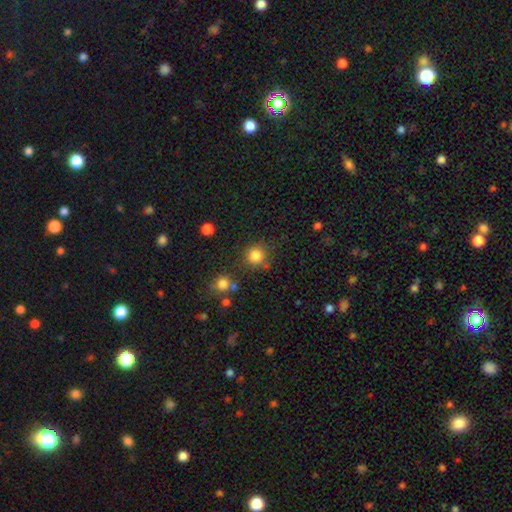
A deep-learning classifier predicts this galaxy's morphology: A smooth galaxy with no disk features (83%) that is round (91%).

Vote fractions:
- Smooth or featured? smooth: 83% / star or artifact: 12% / featured or disk: 5%
- How rounded? round: 91% / in between: 8% / cigar-shaped: 1%
- Merging? none: 78% / minor disturbance: 10% / merger: 7% / major disturbance: 4%